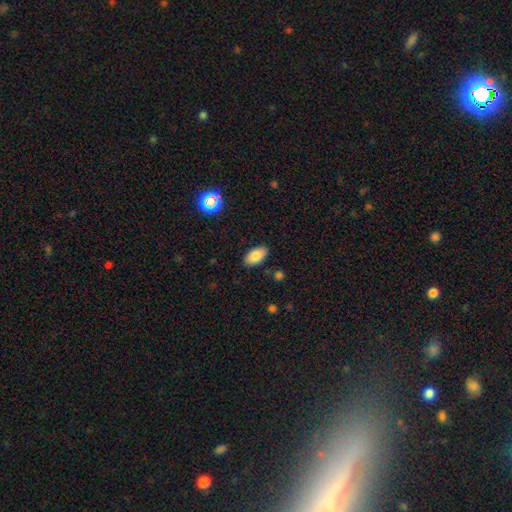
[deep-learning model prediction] A smooth galaxy with no disk features (83%) that is in between round and cigar-shaped (94%). Merging: none (87%).